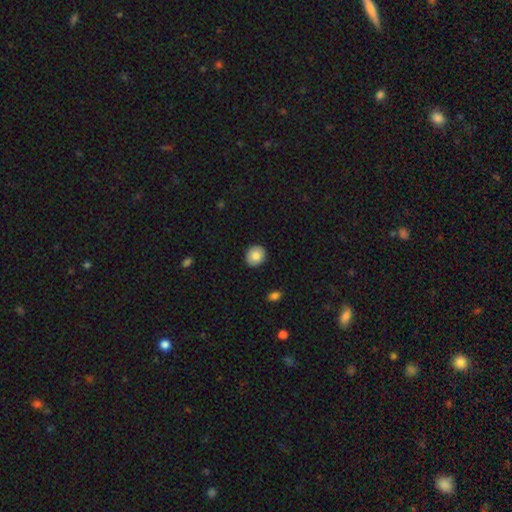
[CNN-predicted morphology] Smooth or featured? smooth (84%)
How rounded? round (82%)
Merging? none (91%)